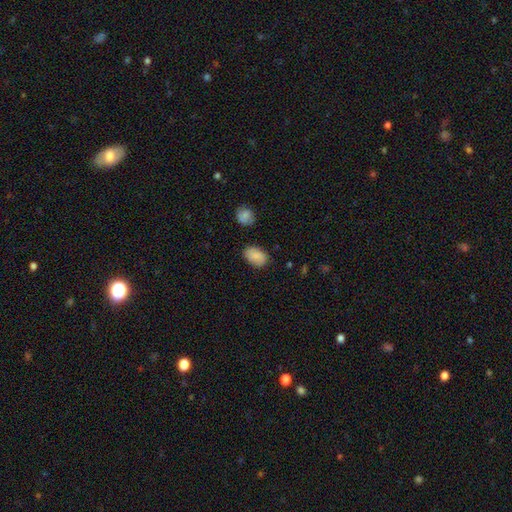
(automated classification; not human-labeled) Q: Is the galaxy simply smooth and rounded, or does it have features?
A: smooth — 86%.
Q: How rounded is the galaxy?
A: in between — 89%.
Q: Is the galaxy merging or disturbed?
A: none — 80%.